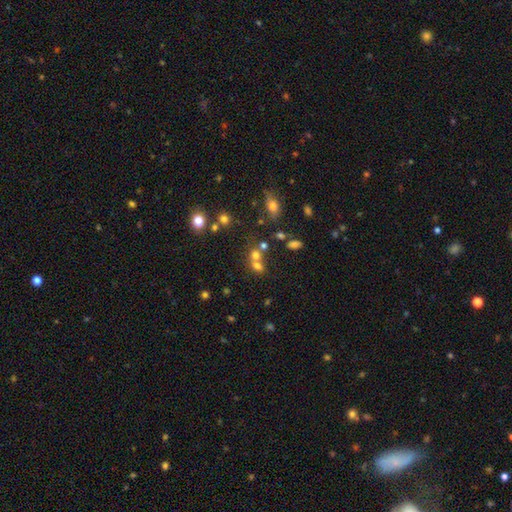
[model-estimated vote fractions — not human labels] The model was most divided on "merging": merger: 52%, none: 35%, minor disturbance: 8%, major disturbance: 5%. More confident: how rounded — round (66%); smooth or featured — smooth (64%).